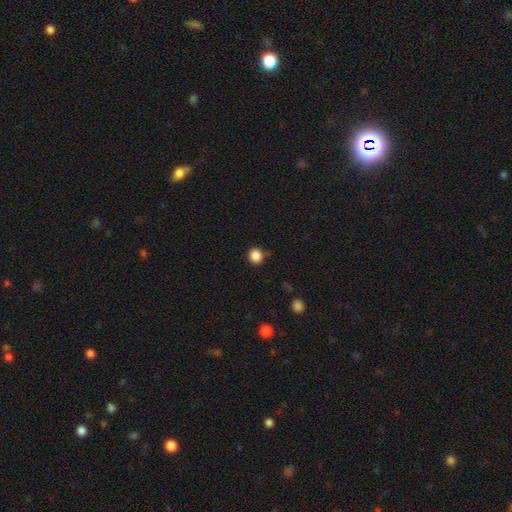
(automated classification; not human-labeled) A smooth galaxy with no disk features (86%) that is round (90%). Merging: none (86%).